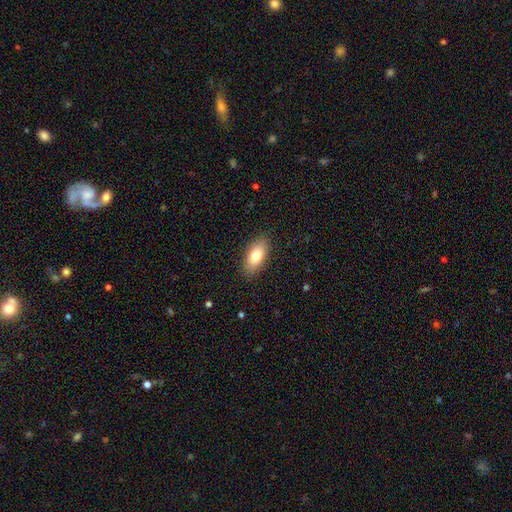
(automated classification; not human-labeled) Q: Smooth or featured?
A: smooth (80%); runner-up: featured or disk (14%)
Q: How rounded?
A: in between (89%); runner-up: cigar-shaped (8%)
Q: Merging?
A: none (88%); runner-up: minor disturbance (9%)